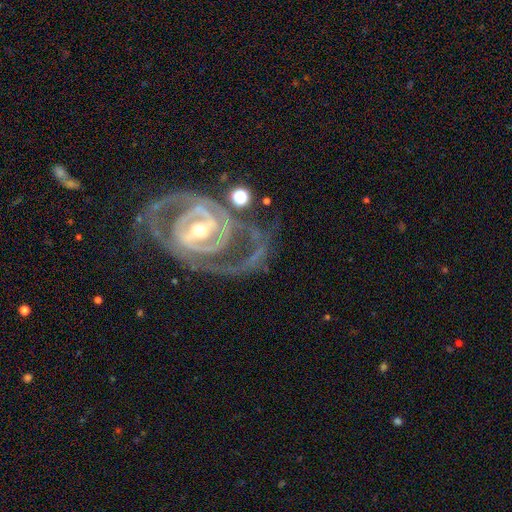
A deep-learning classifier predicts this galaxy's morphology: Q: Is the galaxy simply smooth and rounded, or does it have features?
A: featured or disk — 91%.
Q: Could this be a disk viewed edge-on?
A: no — 97%.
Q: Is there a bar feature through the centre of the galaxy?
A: strong — 53%.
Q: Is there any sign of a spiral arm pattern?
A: yes — 97%.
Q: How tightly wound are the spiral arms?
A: tight — 51%.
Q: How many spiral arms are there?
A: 2 — 61%.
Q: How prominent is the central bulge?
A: moderate — 49%.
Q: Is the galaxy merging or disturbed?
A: none — 57%.